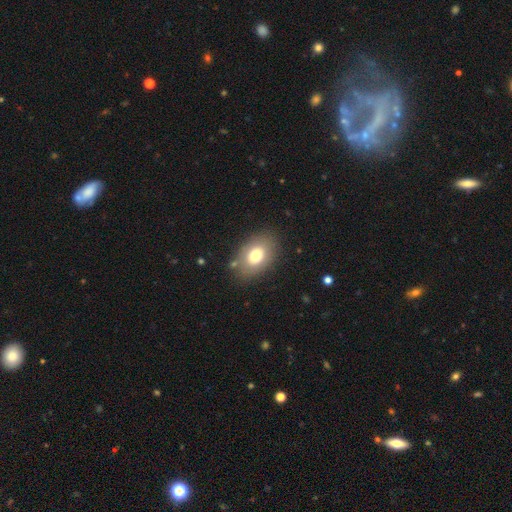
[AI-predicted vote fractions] smooth 74%, featured or disk 17%, star or artifact 9%. Down the decision tree: how rounded — in between (83%); merging — none (81%).